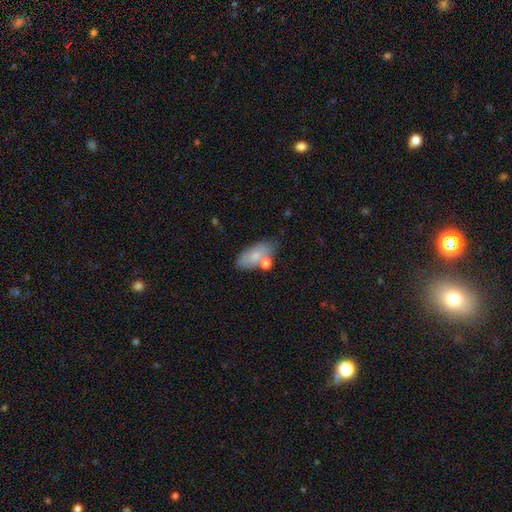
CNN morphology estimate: Smooth or featured: smooth — 73% (featured or disk — 20%)
How rounded: in between — 88% (cigar-shaped — 7%)
Merging: none — 56% (minor disturbance — 21%)